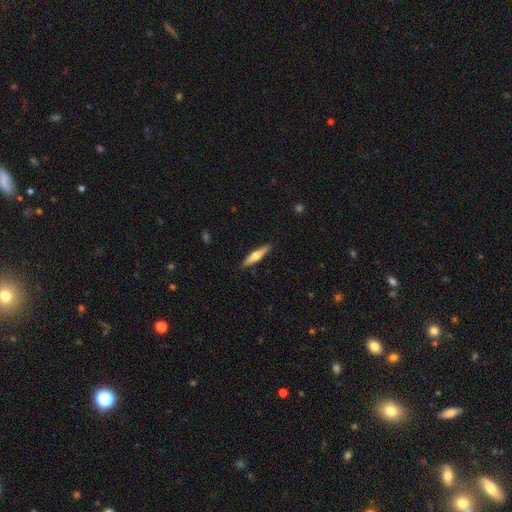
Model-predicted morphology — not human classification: type=featured or disk (53%); edge-on=yes (95%); edge-on bulge=rounded (92%); merging=none (90%).